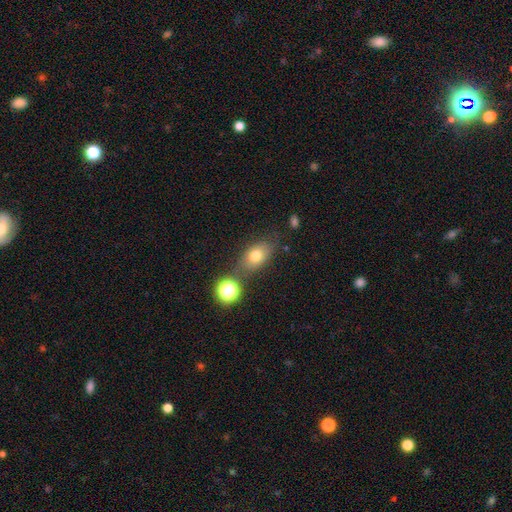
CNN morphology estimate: smooth 74%, featured or disk 14%, star or artifact 13%. Down the decision tree: how rounded — in between (79%); merging — none (69%).